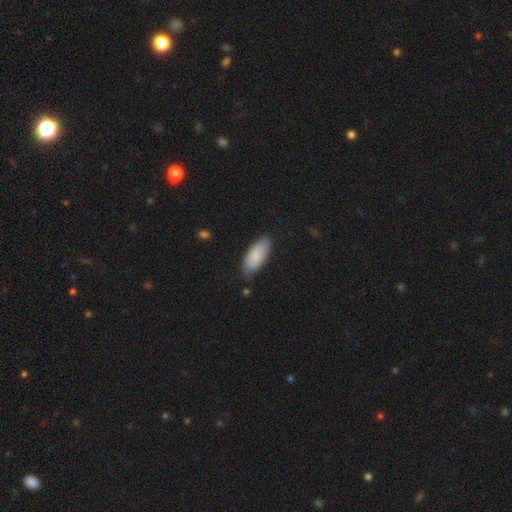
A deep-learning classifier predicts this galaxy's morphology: smooth_or_featured: smooth (p=0.84) [alt: featured or disk p=0.10]
how_rounded: in between (p=0.84) [alt: cigar-shaped p=0.14]
merging: none (p=0.77) [alt: minor disturbance p=0.18]